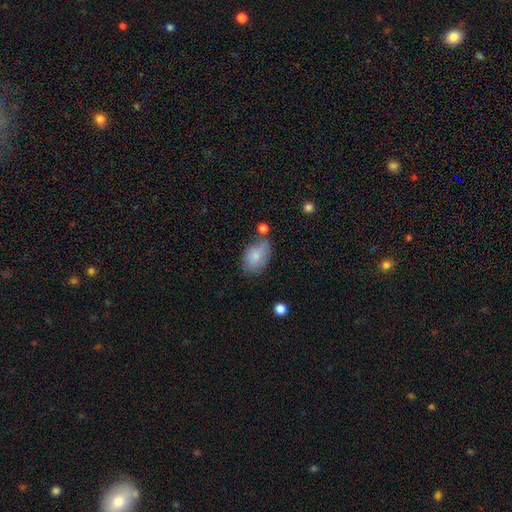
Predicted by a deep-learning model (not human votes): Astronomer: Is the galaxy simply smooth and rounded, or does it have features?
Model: smooth — 80%.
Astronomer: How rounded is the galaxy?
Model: in between — 89%.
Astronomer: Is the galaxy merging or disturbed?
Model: none — 51% (runner-up: minor disturbance, 28%).